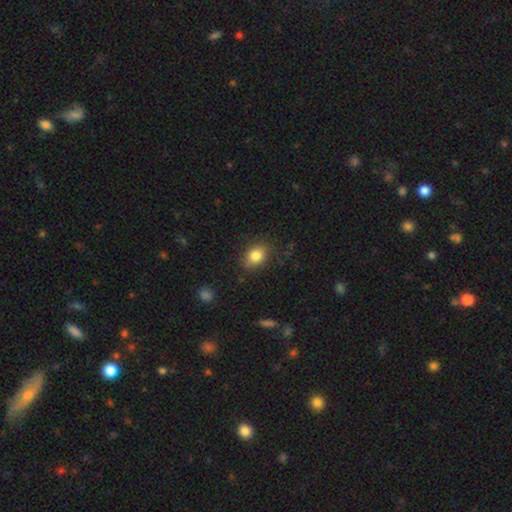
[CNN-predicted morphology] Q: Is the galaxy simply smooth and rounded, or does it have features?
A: smooth — 83%.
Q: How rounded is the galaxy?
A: in between — 65%.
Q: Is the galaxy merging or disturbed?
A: none — 78%.